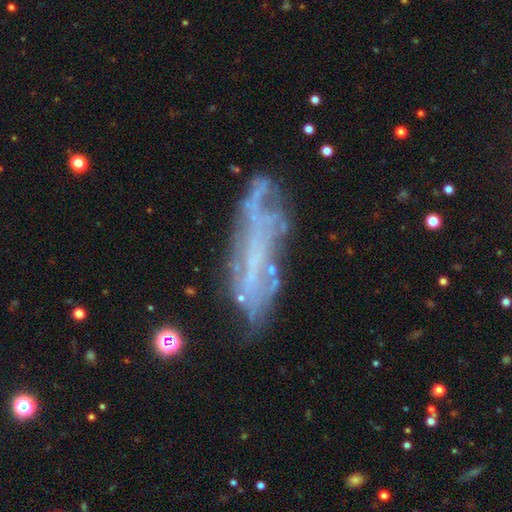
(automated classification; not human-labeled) Smooth or featured: featured or disk — 65% (smooth — 22%)
Edge-on disk: no — 68% (yes — 32%)
Merging: none — 61% (minor disturbance — 21%)